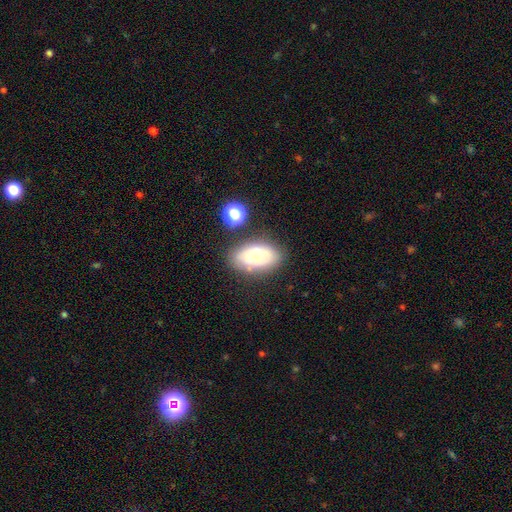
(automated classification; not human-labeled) Morphology: type=smooth (60%); roundness=in between (90%); merging=none (73%).